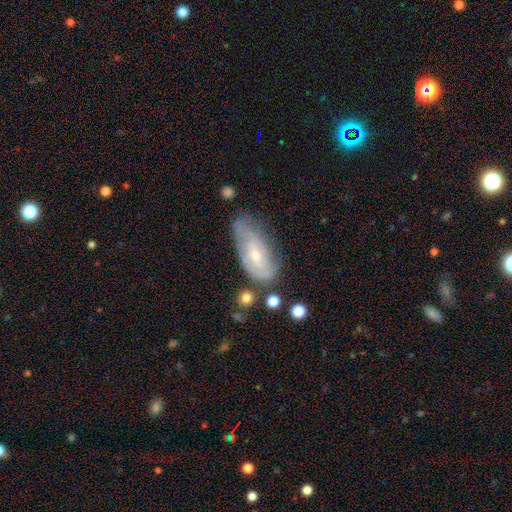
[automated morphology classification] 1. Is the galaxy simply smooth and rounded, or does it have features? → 62% featured or disk, 31% smooth, 7% star or artifact.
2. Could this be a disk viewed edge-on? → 90% no, 10% yes.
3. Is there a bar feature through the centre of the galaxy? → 57% no, 36% weak, 7% strong.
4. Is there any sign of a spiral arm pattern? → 77% yes, 23% no.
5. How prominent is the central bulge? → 59% small, 37% moderate, 2% none, 2% large, 1% dominant.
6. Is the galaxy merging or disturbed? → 51% none, 31% minor disturbance, 13% major disturbance, 5% merger.